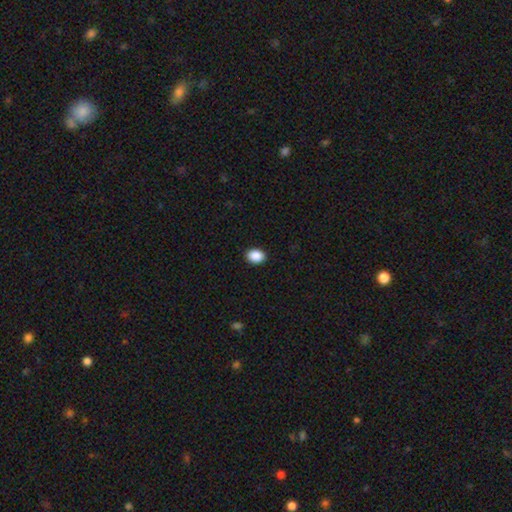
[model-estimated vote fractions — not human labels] This is clearly a smooth galaxy (90%). How rounded: likely in between (68%). Merging: clearly none (91%).